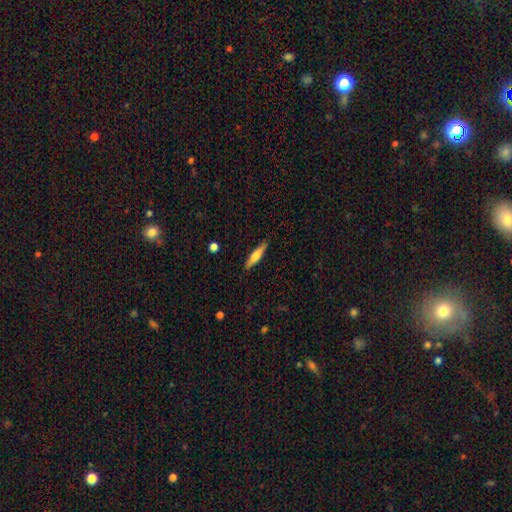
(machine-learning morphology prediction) smooth_or_featured: smooth (p=0.66) [alt: featured or disk p=0.28]
how_rounded: cigar-shaped (p=0.80) [alt: in between p=0.18]
merging: none (p=0.88) [alt: minor disturbance p=0.09]